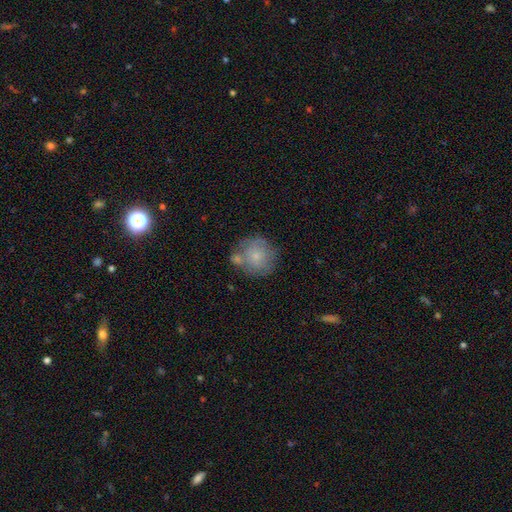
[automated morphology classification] A smooth galaxy with no disk features (72%) that is round (89%). Merging: none (54%).